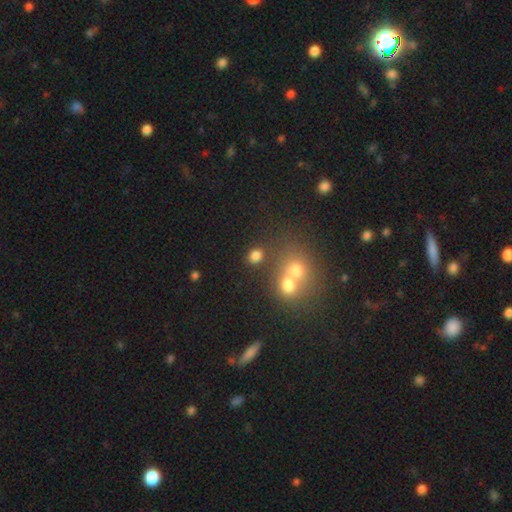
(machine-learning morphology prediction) type=smooth (78%); roundness=round (56%); merging=none (68%).